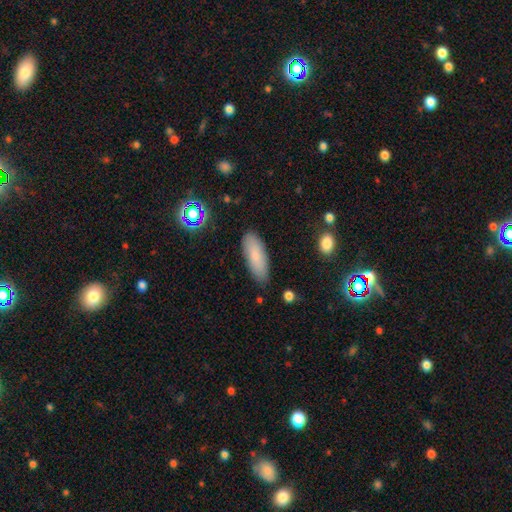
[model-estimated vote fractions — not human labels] smooth_or_featured: smooth (p=0.80) [alt: featured or disk p=0.12]
how_rounded: in between (p=0.67) [alt: cigar-shaped p=0.31]
merging: none (p=0.84) [alt: minor disturbance p=0.12]